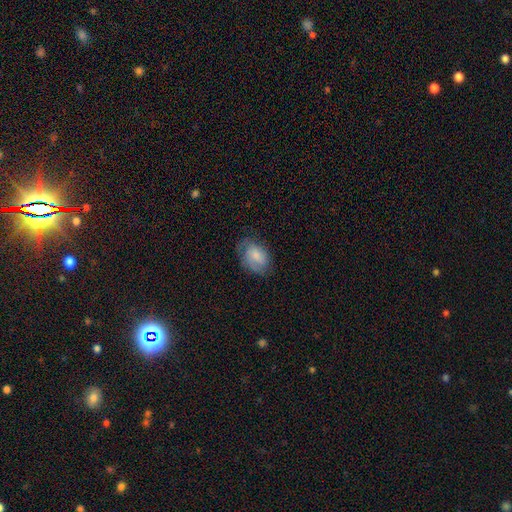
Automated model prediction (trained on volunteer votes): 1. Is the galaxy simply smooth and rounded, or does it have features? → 63% smooth, 29% featured or disk, 7% star or artifact.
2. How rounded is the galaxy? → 79% in between, 20% round, 1% cigar-shaped.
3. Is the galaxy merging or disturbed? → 61% none, 27% minor disturbance, 11% major disturbance, 1% merger.